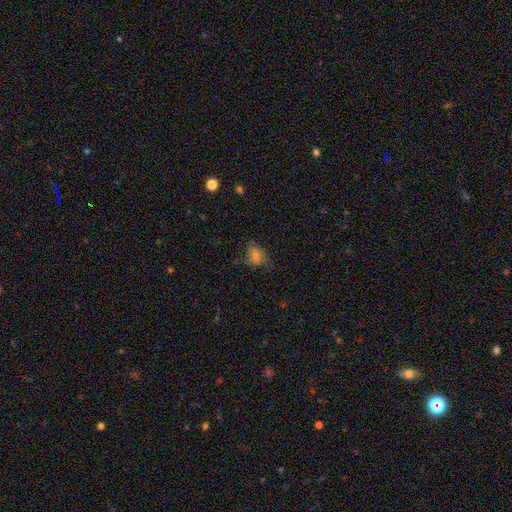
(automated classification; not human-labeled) Morphology: type=smooth (67%); roundness=in between (70%); merging=none (58%).